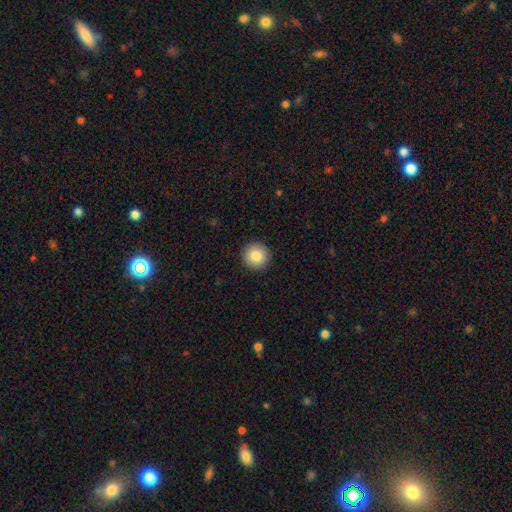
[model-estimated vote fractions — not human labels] Smooth or featured? smooth (84%)
How rounded? round (95%)
Merging? none (93%)